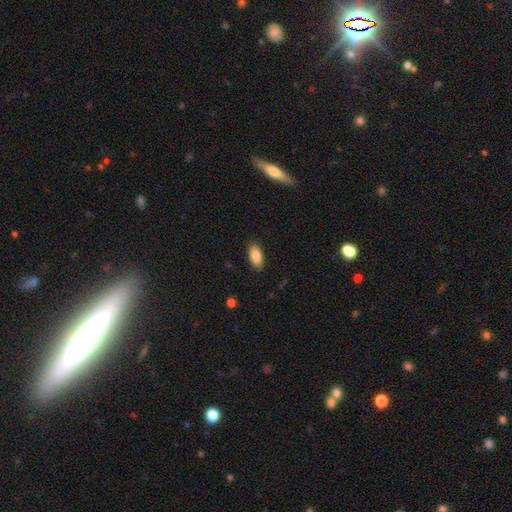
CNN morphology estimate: smooth_or_featured: smooth (p=0.86) [alt: featured or disk p=0.08]
how_rounded: in between (p=0.90) [alt: cigar-shaped p=0.08]
merging: none (p=0.87) [alt: minor disturbance p=0.09]